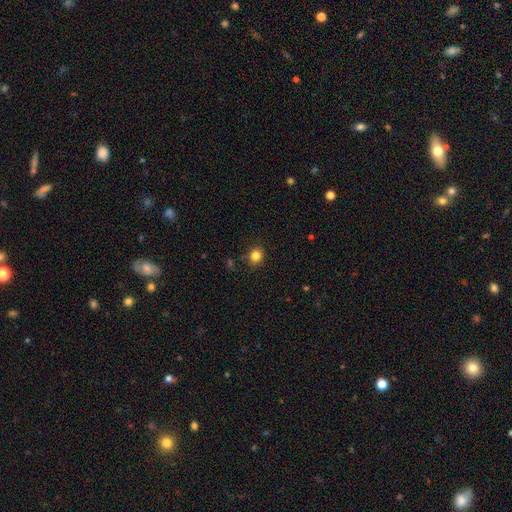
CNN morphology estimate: type=smooth (83%); roundness=round (77%); merging=none (85%).